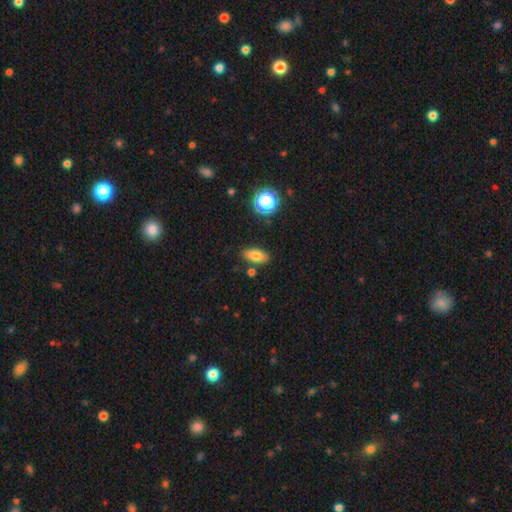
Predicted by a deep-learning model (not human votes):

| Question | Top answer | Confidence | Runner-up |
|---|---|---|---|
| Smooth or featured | smooth | 77% | featured or disk (12%) |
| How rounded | in between | 84% | cigar-shaped (10%) |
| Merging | none | 84% | minor disturbance (10%) |